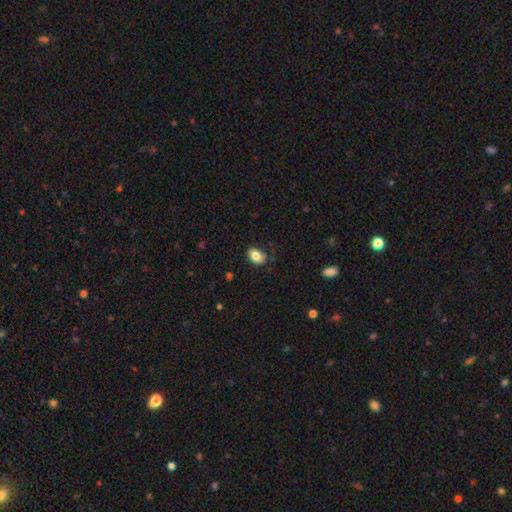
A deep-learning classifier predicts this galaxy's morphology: smooth-or-featured: smooth: 83% | featured or disk: 9% | star or artifact: 8%
  how-rounded: in between: 78% | round: 21% | cigar-shaped: 1%
  merging: none: 74% | minor disturbance: 20% | major disturbance: 5% | merger: 1%